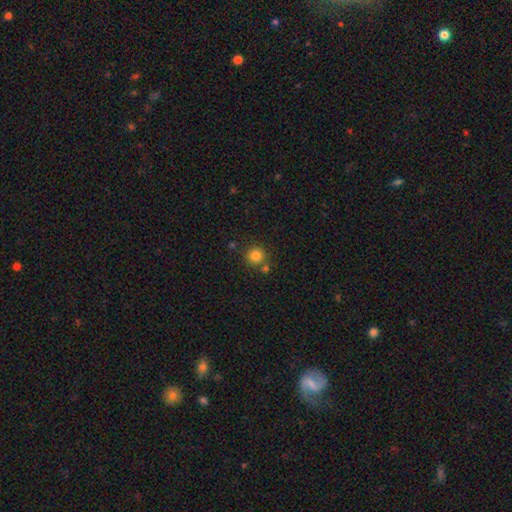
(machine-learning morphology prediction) Overall: smooth (82%). How rounded: round (92%). Merging: none (74%).